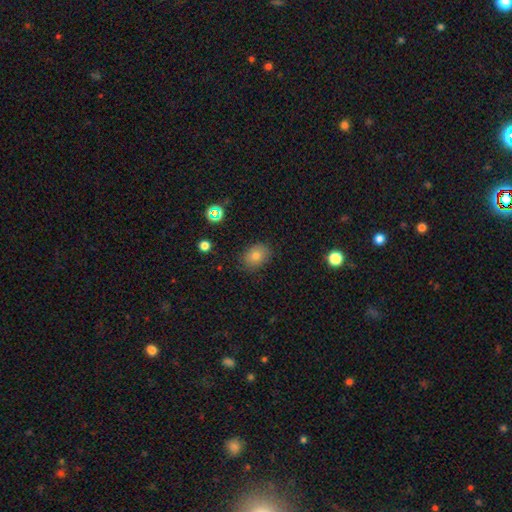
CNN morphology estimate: This appears to be a smooth galaxy with no disk features (77%) that is in between round and cigar-shaped (64%). Merging: none (84%).